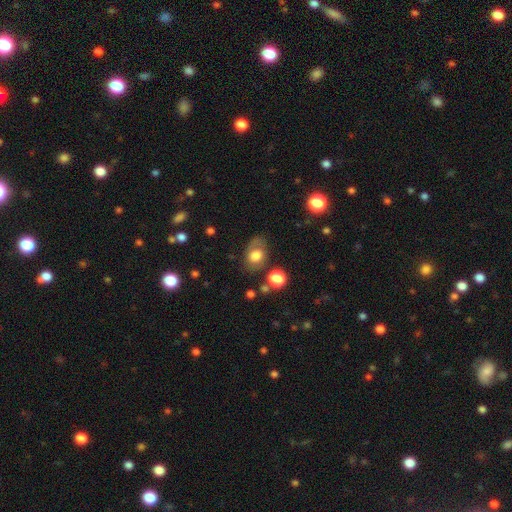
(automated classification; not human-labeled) smooth-or-featured: smooth: 65% | featured or disk: 25% | star or artifact: 10%
  how-rounded: in between: 70% | round: 29% | cigar-shaped: 1%
  merging: none: 62% | minor disturbance: 22% | major disturbance: 11% | merger: 5%